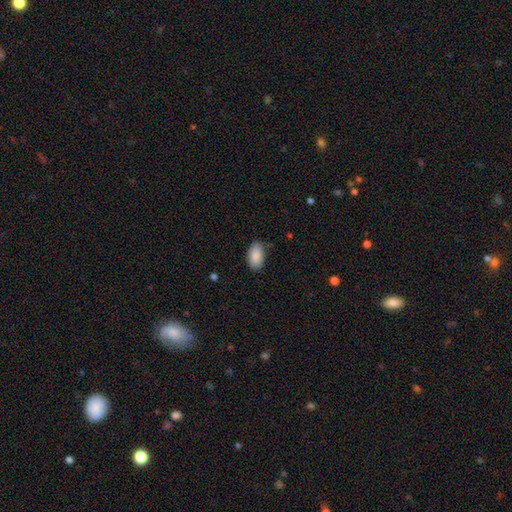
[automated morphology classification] smooth 90%, star or artifact 6%, featured or disk 4%. Down the decision tree: how rounded — in between (94%); merging — none (83%).